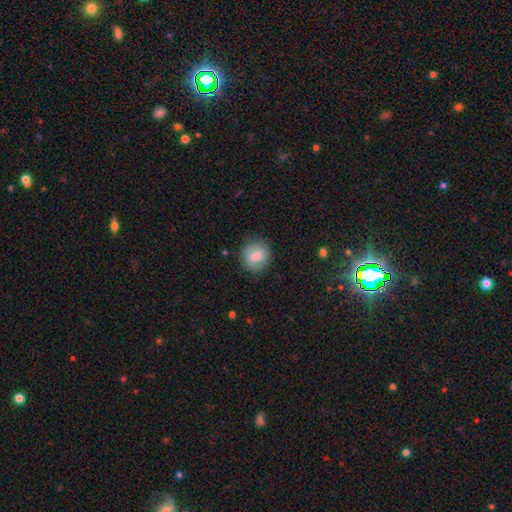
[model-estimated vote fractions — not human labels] A smooth galaxy with no disk features (76%) that is round (84%). Merging: none (81%).